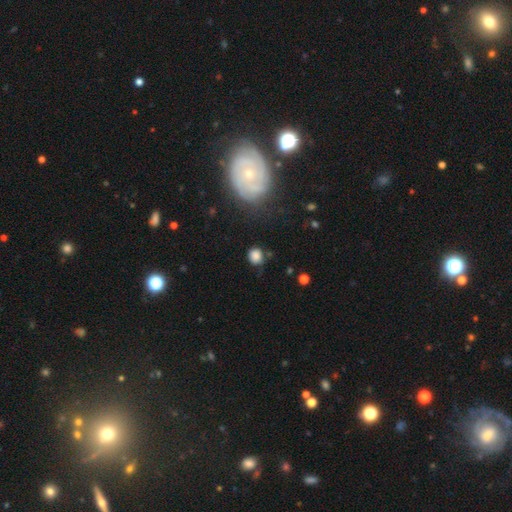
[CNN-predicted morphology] This is clearly a smooth galaxy (80%). How rounded: likely round (80%). Merging: likely none (70%).